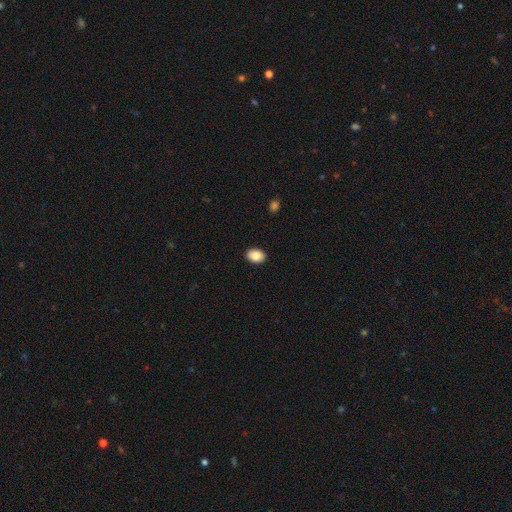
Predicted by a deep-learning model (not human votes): The model was most divided on "how rounded": in between: 81%, round: 18%, cigar-shaped: 1%. More confident: merging — none (90%); smooth or featured — smooth (87%).